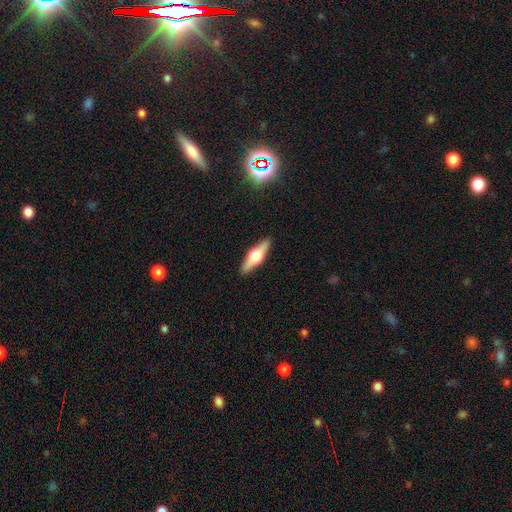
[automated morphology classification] A featured or disk galaxy (57%) viewed edge-on (94%) with a rounded central bulge (94%). Merging: none (90%).